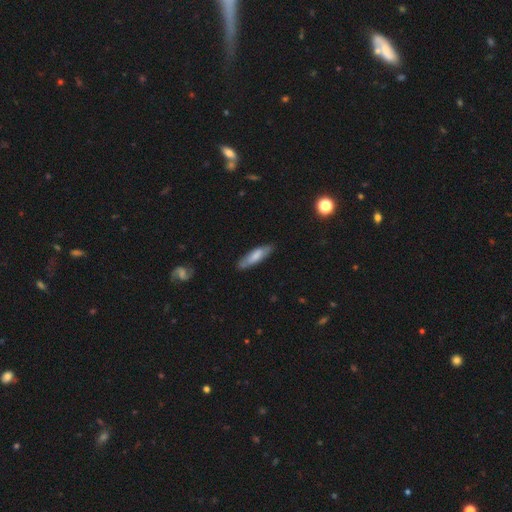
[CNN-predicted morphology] smooth-or-featured: smooth: 70% | featured or disk: 25% | star or artifact: 6%
  how-rounded: cigar-shaped: 63% | in between: 36% | round: 1%
  merging: none: 81% | minor disturbance: 15% | major disturbance: 3% | merger: 1%